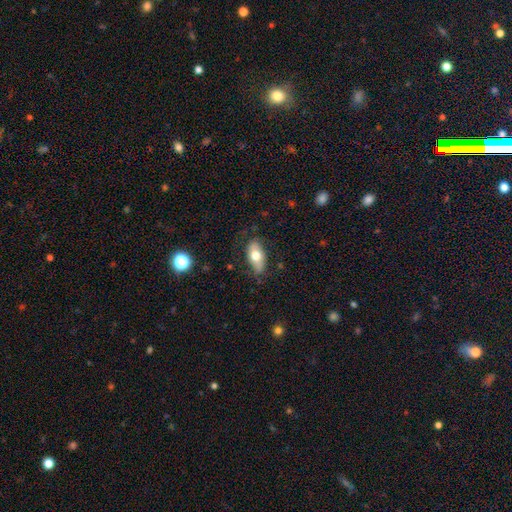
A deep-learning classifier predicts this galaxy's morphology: A smooth galaxy with no disk features (65%) that is in between round and cigar-shaped (88%).

Vote fractions:
- Smooth or featured? smooth: 65% / featured or disk: 28% / star or artifact: 7%
- How rounded? in between: 88% / cigar-shaped: 7% / round: 5%
- Merging? none: 71% / minor disturbance: 22% / major disturbance: 5% / merger: 2%